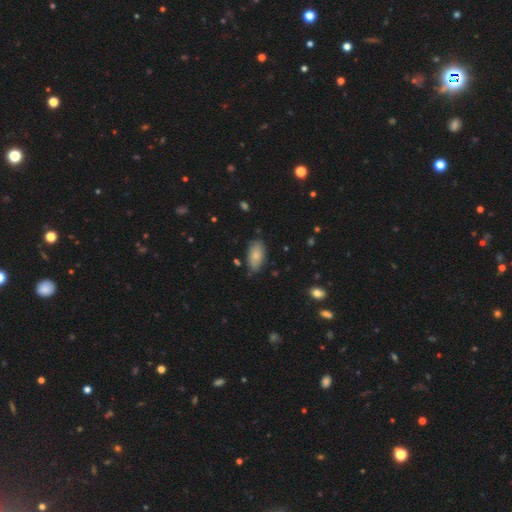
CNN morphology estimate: A smooth galaxy with no disk features (80%) that is in between round and cigar-shaped (92%).

Vote fractions:
- Smooth or featured? smooth: 80% / featured or disk: 13% / star or artifact: 7%
- How rounded? in between: 92% / cigar-shaped: 5% / round: 3%
- Merging? none: 76% / minor disturbance: 19% / major disturbance: 3% / merger: 2%